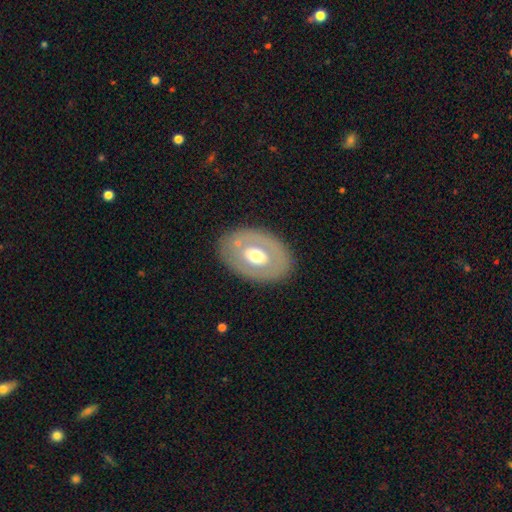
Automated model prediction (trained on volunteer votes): Overall: featured or disk (49%; smooth 45%). Merging: none (81%).